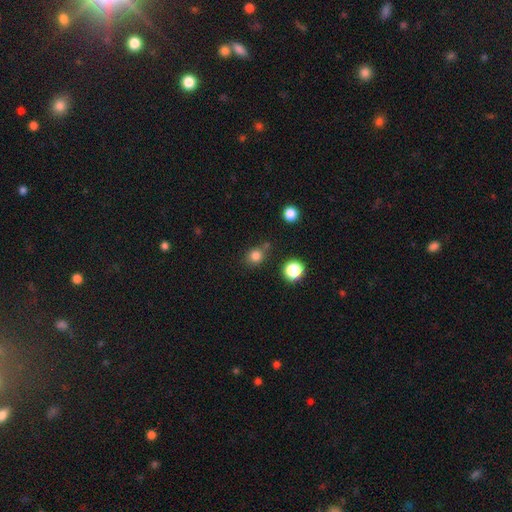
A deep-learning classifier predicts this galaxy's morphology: This appears to be a smooth galaxy with no disk features (81%) that is round (74%). Merging: none (70%).